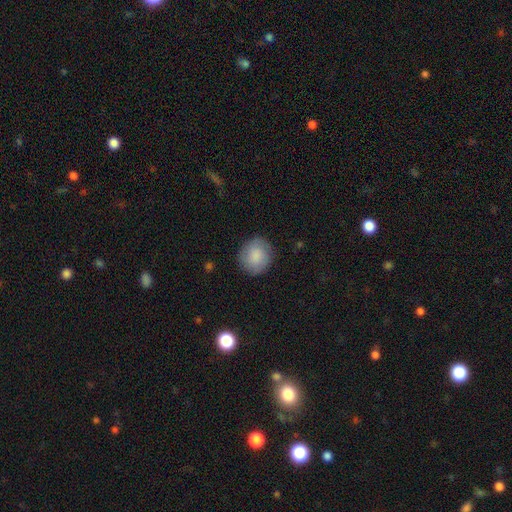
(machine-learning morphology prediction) This is clearly a smooth galaxy (81%). How rounded: clearly round (84%). Merging: clearly none (84%).